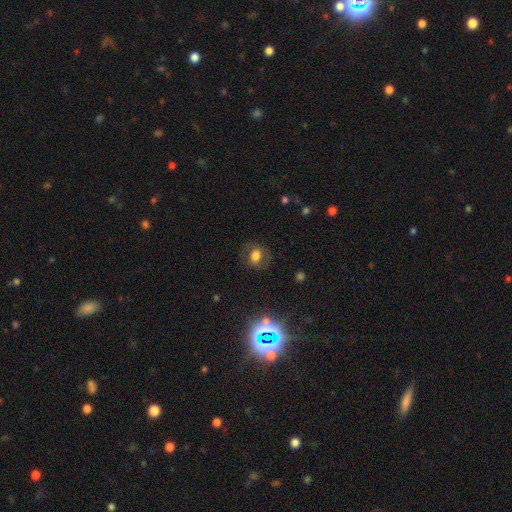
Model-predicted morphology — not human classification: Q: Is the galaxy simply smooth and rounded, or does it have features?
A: smooth — 65%.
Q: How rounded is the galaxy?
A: in between — 56%.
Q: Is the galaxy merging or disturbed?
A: none — 74%.